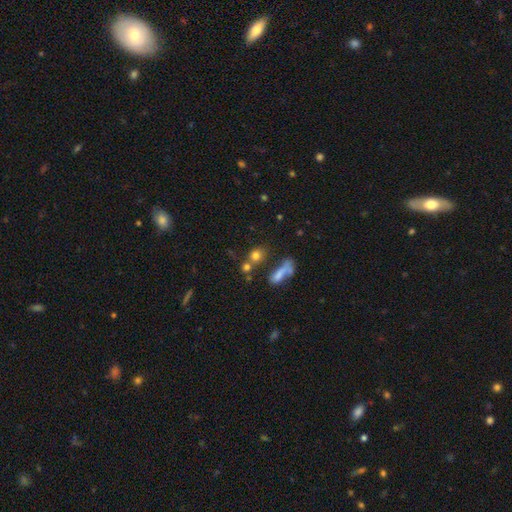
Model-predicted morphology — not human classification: Q: Smooth or featured?
A: smooth (73%); runner-up: star or artifact (15%)
Q: How rounded?
A: round (65%); runner-up: in between (29%)
Q: Merging?
A: none (51%); runner-up: merger (31%)